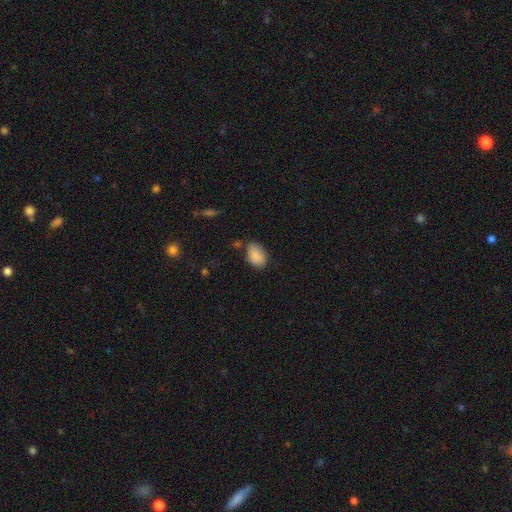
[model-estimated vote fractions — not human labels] Overall: smooth (87%). How rounded: in between (88%). Merging: none (65%).